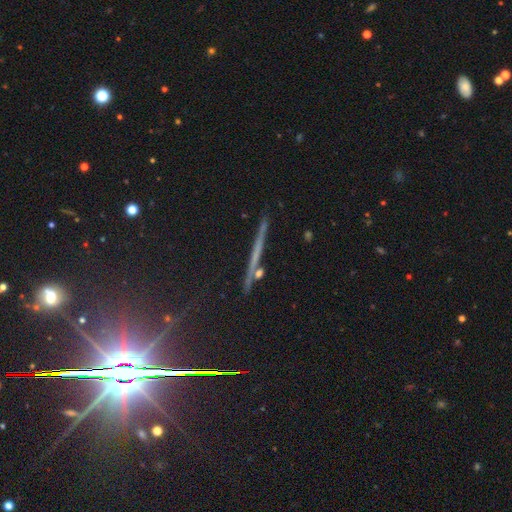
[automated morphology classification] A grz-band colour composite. It shows a featured or disk galaxy (53%) viewed edge-on (95%) with no central bulge (79%). Merging: none (84%).